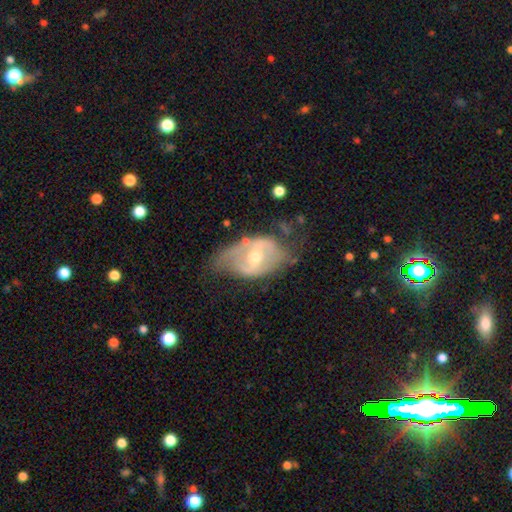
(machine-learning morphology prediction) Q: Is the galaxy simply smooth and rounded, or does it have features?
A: featured or disk — 74%.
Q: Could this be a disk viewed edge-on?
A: no — 93%.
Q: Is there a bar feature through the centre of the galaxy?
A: weak — 39%.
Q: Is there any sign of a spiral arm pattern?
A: yes — 60%.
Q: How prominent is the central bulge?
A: moderate — 55%.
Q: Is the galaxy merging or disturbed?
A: none — 51%.